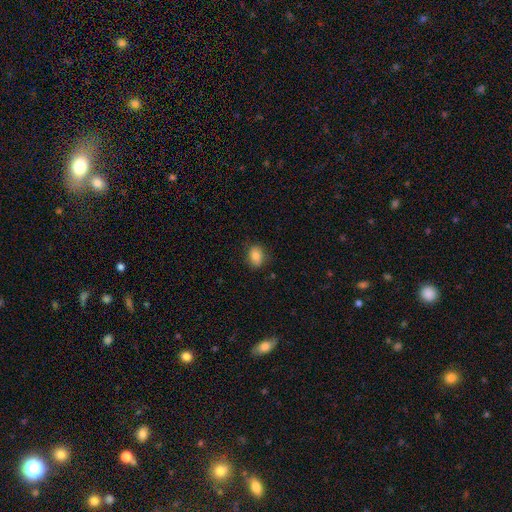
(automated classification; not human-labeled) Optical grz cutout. It shows a smooth galaxy with no disk features (83%) that is in between round and cigar-shaped (66%). Merging: none (83%).